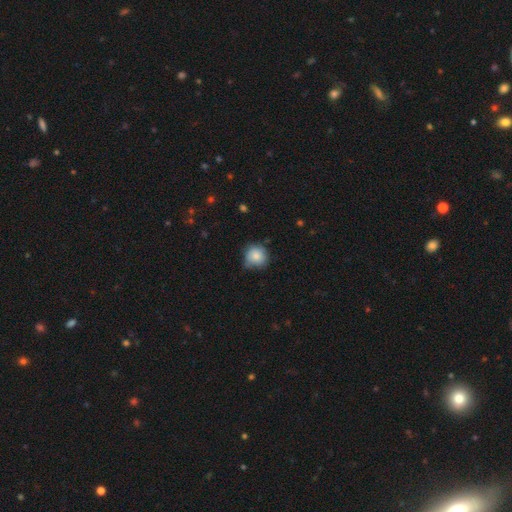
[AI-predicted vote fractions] This appears to be a smooth galaxy with no disk features (82%) that is round (89%). Merging: none (63%).